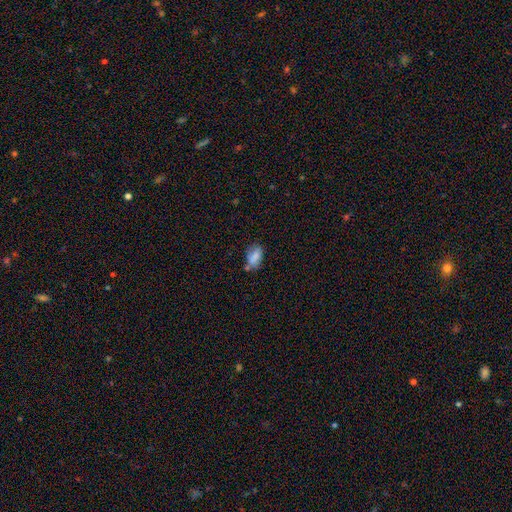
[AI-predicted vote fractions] smooth_or_featured: smooth (p=0.79) [alt: featured or disk p=0.12]
how_rounded: in between (p=0.89) [alt: round p=0.07]
merging: none (p=0.54) [alt: minor disturbance p=0.25]